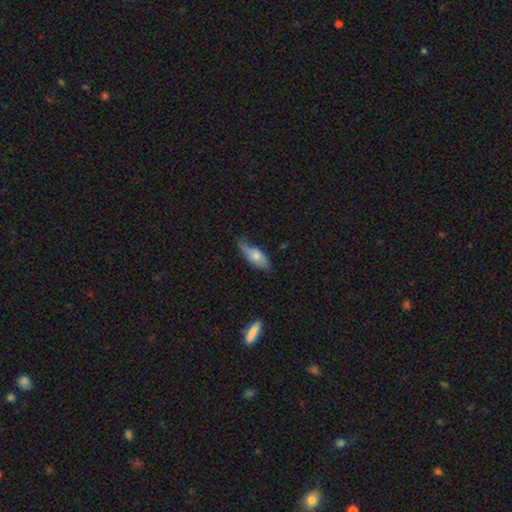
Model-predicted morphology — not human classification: This appears to be a smooth galaxy with no disk features (70%) that is in between round and cigar-shaped (75%). Merging: none (54%).